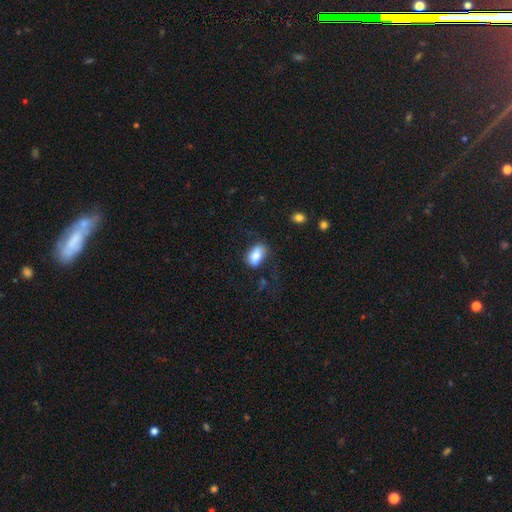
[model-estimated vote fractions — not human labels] Q: Smooth or featured?
A: smooth (80%); runner-up: featured or disk (12%)
Q: How rounded?
A: in between (89%); runner-up: round (8%)
Q: Merging?
A: none (60%); runner-up: minor disturbance (24%)